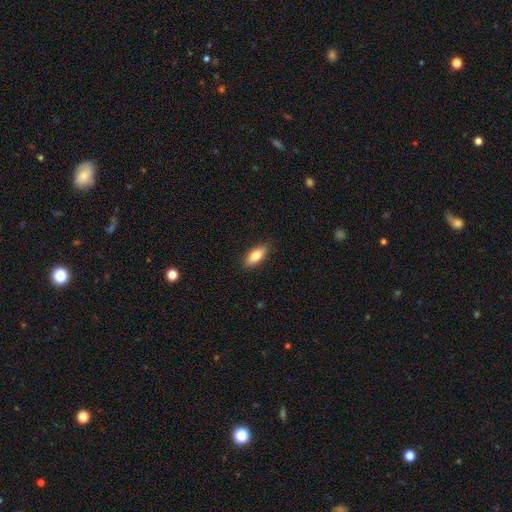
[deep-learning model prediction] Smooth or featured: smooth — 79% (featured or disk — 14%)
How rounded: in between — 78% (cigar-shaped — 19%)
Merging: none — 87% (minor disturbance — 10%)